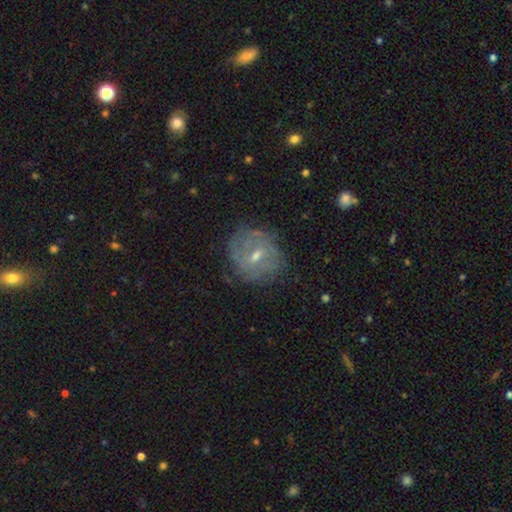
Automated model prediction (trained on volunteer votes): featured or disk 62%, smooth 29%, star or artifact 9%. Down the decision tree: edge-on disk — no (95%); bar — weak (55%); spiral arms — yes (63%); bulge size — moderate (50%); merging — none (68%).